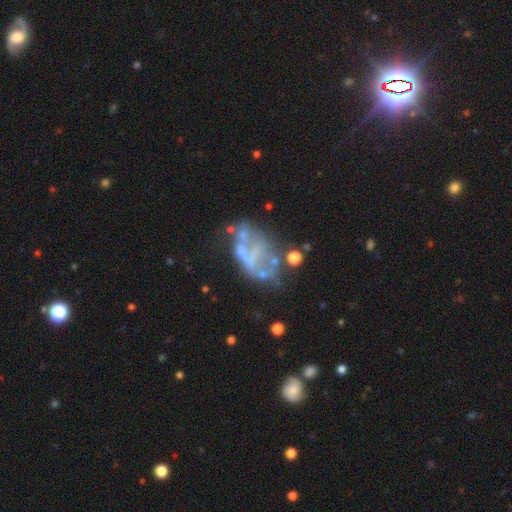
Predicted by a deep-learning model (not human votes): Overall: featured or disk (65%). Edge-on disk: no (98%). Bar: no (79%). Spiral arms: no (84%). Bulge size: none (78%). Merging: major disturbance (33%; none 32%).